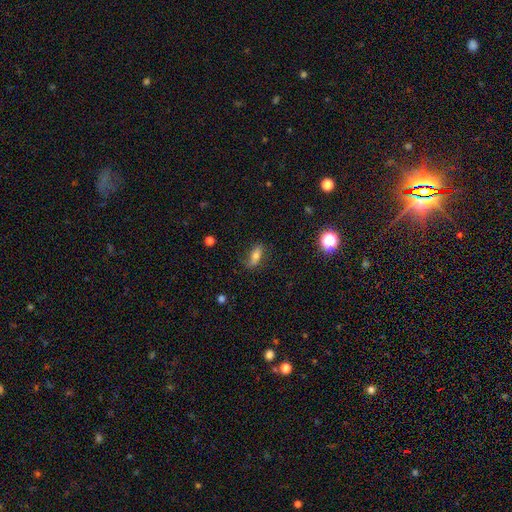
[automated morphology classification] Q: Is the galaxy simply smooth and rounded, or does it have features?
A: smooth — 61%.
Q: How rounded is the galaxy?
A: in between — 64%.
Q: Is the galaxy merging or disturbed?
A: none — 71%.